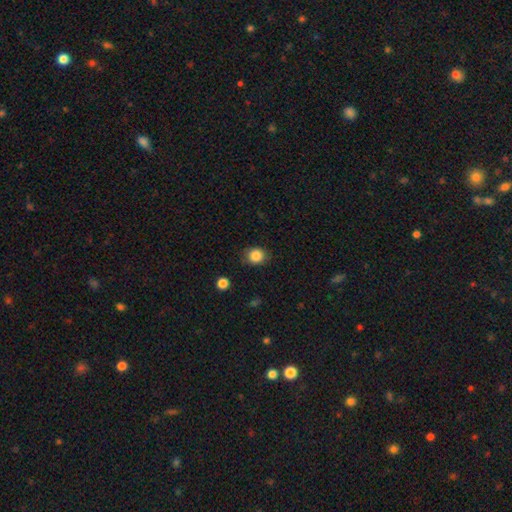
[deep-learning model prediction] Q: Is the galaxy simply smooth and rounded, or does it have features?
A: smooth — 86%.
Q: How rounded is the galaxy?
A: round — 74%.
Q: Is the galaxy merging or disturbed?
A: none — 82%.